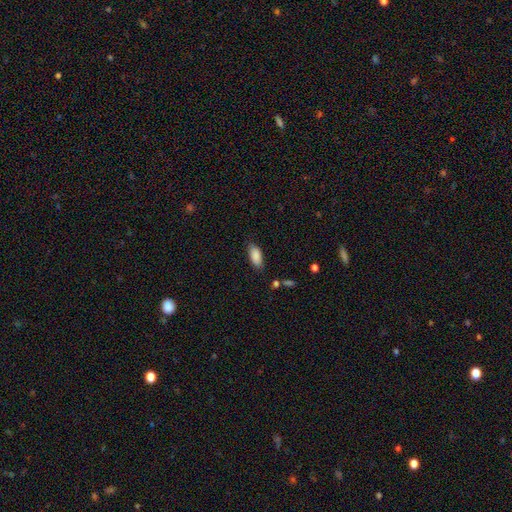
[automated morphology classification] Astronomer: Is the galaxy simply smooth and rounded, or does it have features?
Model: smooth — 88%.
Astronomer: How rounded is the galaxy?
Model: in between — 88%.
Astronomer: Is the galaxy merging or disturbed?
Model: none — 80%.